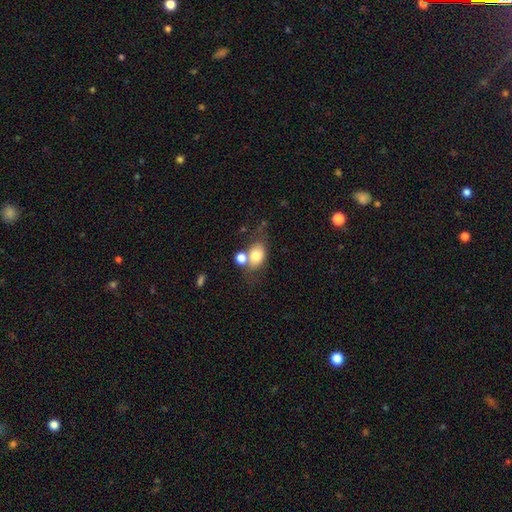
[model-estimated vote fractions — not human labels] Overall: smooth (76%). How rounded: in between (67%; round 32%). Merging: none (48%; merger 28%).